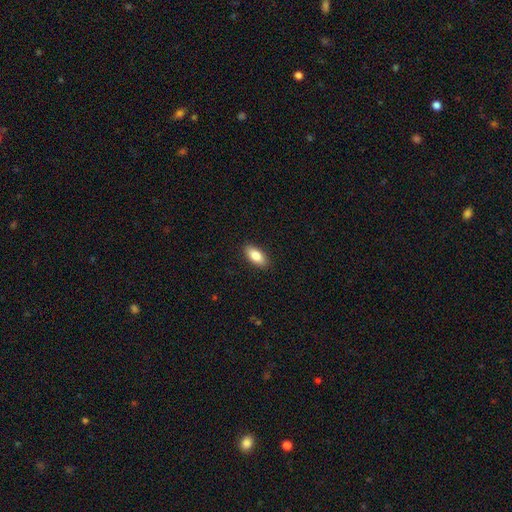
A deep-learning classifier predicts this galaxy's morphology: A smooth galaxy with no disk features (84%) that is in between round and cigar-shaped (88%). Merging: none (89%).